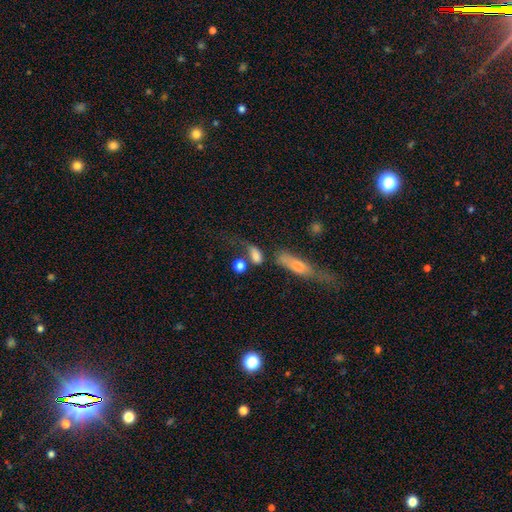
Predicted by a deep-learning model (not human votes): smooth_or_featured: smooth (p=0.77) [alt: featured or disk p=0.13]
how_rounded: in between (p=0.70) [alt: round p=0.20]
merging: none (p=0.38) [alt: merger p=0.23]